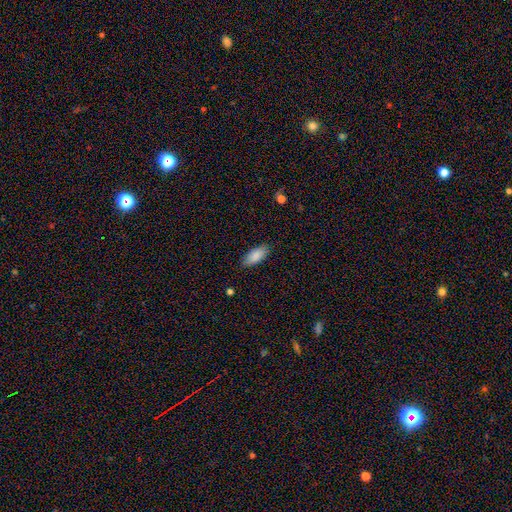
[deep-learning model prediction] Smooth or featured? smooth (88%)
How rounded? in between (84%)
Merging? none (86%)